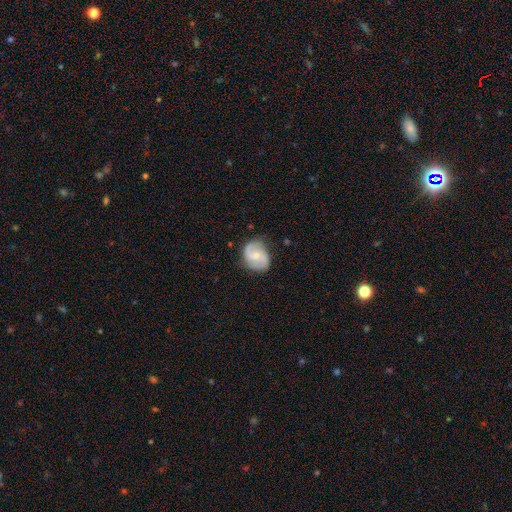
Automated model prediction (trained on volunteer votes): Overall: featured or disk (70%). Edge-on disk: no (98%). Bar: no (49%; weak 42%). Spiral arms: yes (92%). Spiral arm count: 2 (87%). Spiral winding: medium (45%; loose 37%). Bulge size: small (58%; moderate 35%). Merging: none (70%).